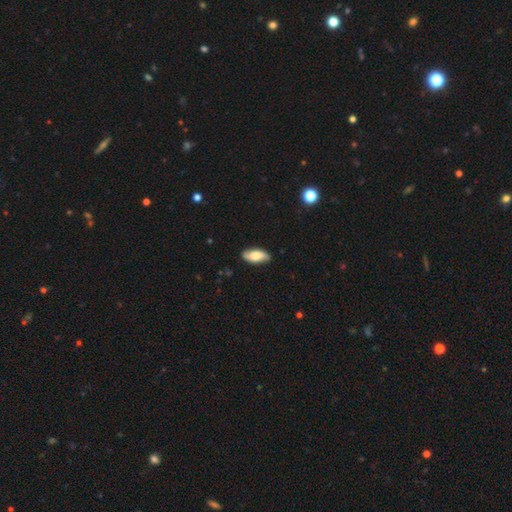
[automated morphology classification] type=smooth (70%); roundness=in between (86%); merging=none (85%).